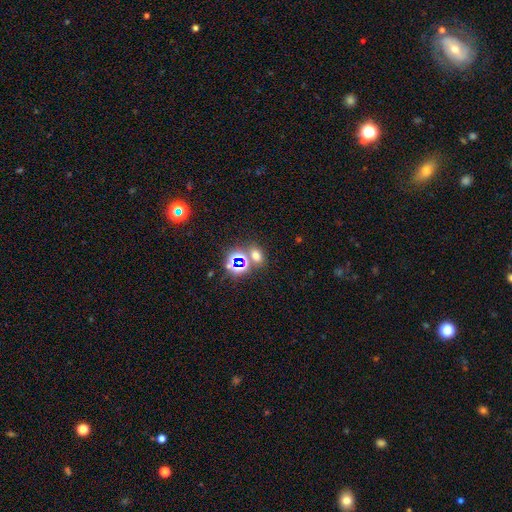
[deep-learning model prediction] Smooth or featured? smooth (53%)
How rounded? in between (62%)
Merging? none (68%)